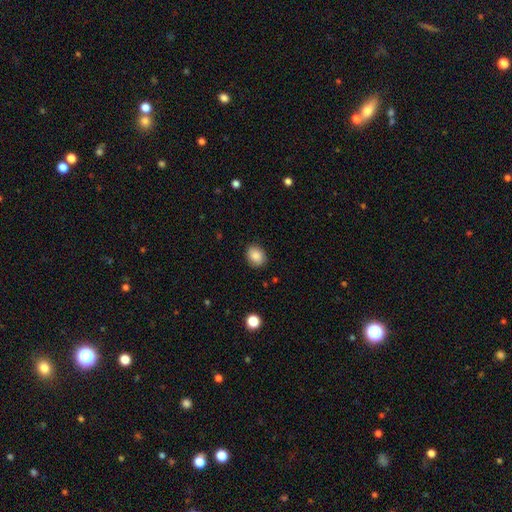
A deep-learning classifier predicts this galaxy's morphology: smooth_or_featured: smooth (p=0.86) [alt: star or artifact p=0.08]
how_rounded: in between (p=0.51) [alt: round p=0.48]
merging: none (p=0.86) [alt: minor disturbance p=0.10]